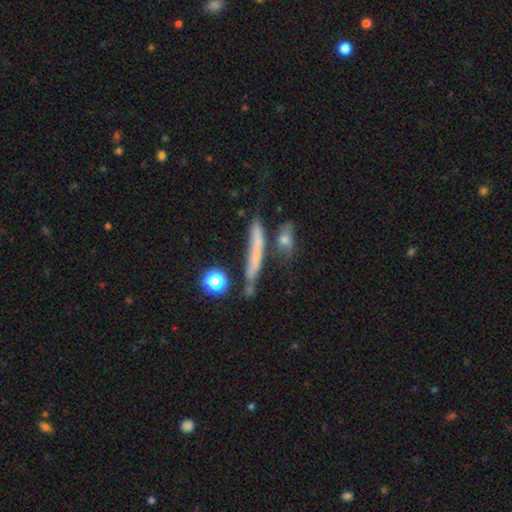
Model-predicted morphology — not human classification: Overall: smooth (56%; featured or disk 33%). How rounded: cigar-shaped (86%). Merging: none (65%).